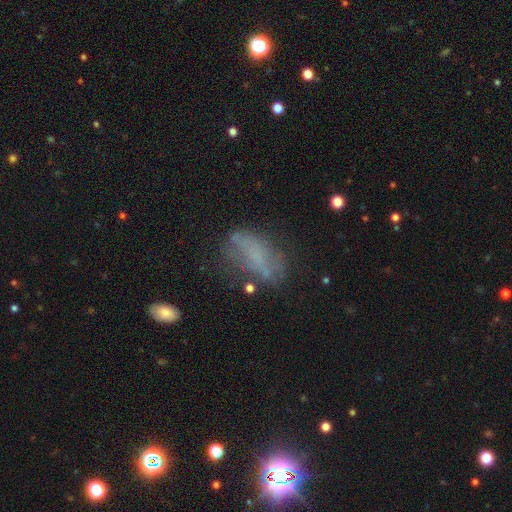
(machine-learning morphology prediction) Q: Smooth or featured?
A: smooth (47%); runner-up: featured or disk (35%)
Q: Merging?
A: none (48%); runner-up: minor disturbance (25%)